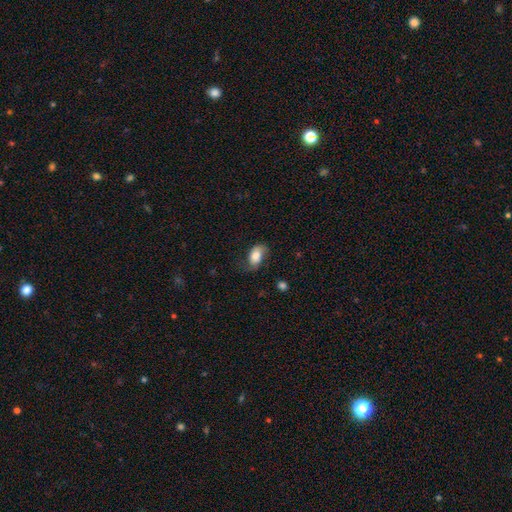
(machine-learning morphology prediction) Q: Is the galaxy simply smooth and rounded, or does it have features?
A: smooth — 68%.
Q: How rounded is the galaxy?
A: in between — 89%.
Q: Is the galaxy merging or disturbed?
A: none — 55%.